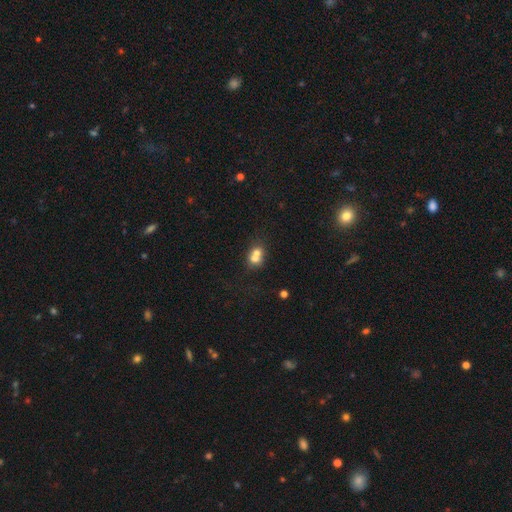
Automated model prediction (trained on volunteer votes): The model was most divided on "how rounded": round: 65%, in between: 34%, cigar-shaped: 1%. More confident: smooth or featured — smooth (65%); merging — merger (63%).